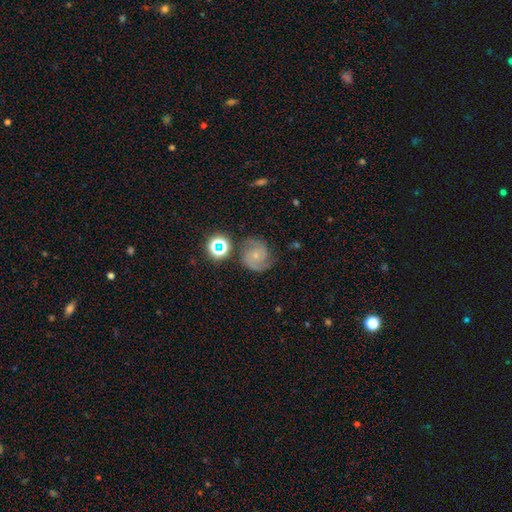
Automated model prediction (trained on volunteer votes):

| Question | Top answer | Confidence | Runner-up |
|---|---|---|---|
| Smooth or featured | featured or disk | 75% | smooth (14%) |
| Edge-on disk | no | 98% | yes (2%) |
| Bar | no | 71% | weak (24%) |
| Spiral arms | yes | 96% | no (4%) |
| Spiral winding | medium | 45% | tight (43%) |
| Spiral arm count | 2 | 78% | can't tell (8%) |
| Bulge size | small | 70% | moderate (24%) |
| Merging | none | 71% | minor disturbance (18%) |